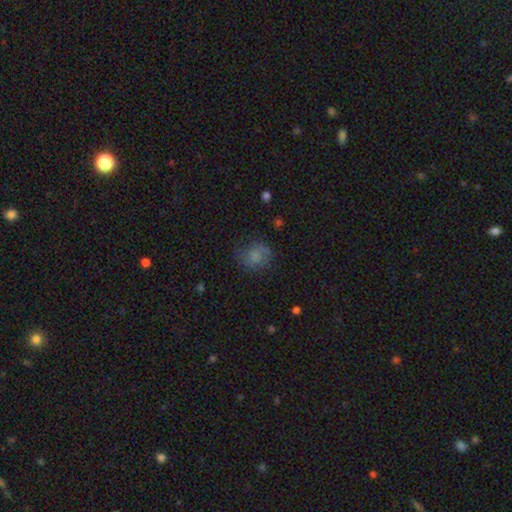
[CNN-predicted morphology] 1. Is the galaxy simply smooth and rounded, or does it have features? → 67% smooth, 20% featured or disk, 13% star or artifact.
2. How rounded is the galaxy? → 69% round, 30% in between, 1% cigar-shaped.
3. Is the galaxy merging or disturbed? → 60% none, 24% minor disturbance, 14% major disturbance, 2% merger.